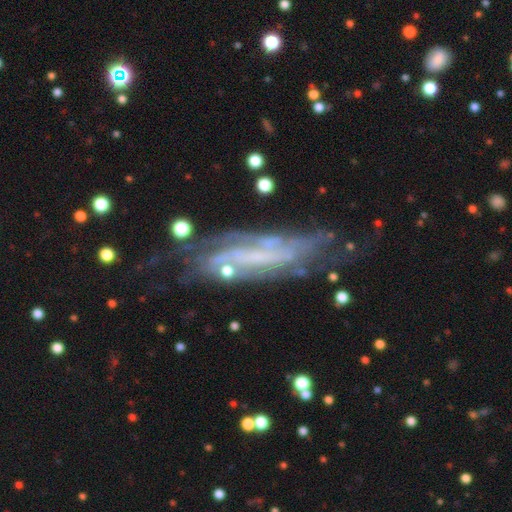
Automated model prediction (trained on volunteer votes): Overall: featured or disk (74%). Edge-on disk: no (67%; yes 33%). Merging: none (58%; minor disturbance 22%).